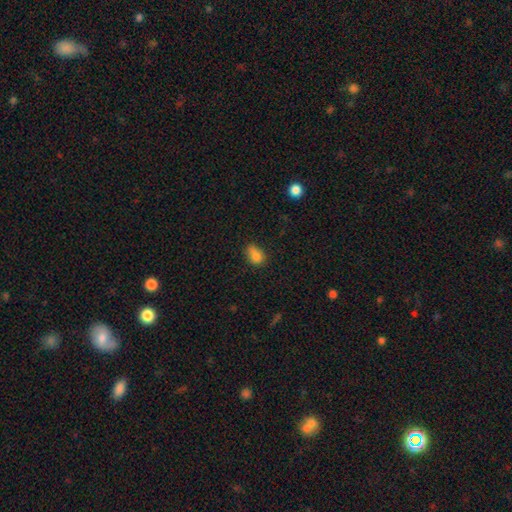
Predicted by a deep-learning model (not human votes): A smooth galaxy with no disk features (82%) that is in between round and cigar-shaped (77%). Merging: none (57%).